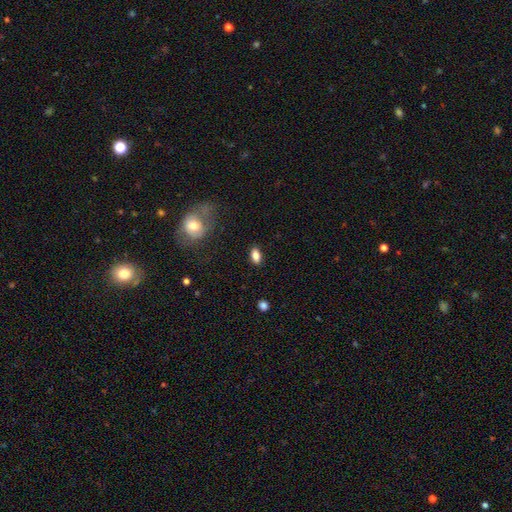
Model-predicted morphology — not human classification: type=smooth (83%); roundness=in between (88%); merging=none (87%).